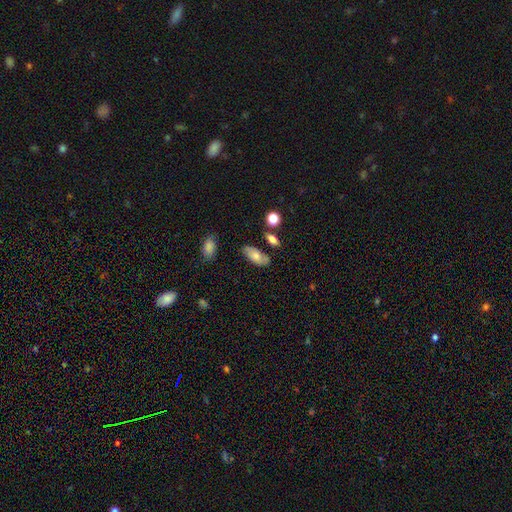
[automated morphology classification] Q: Smooth or featured?
A: smooth (70%); runner-up: featured or disk (23%)
Q: How rounded?
A: in between (88%); runner-up: cigar-shaped (9%)
Q: Merging?
A: none (73%); runner-up: minor disturbance (17%)